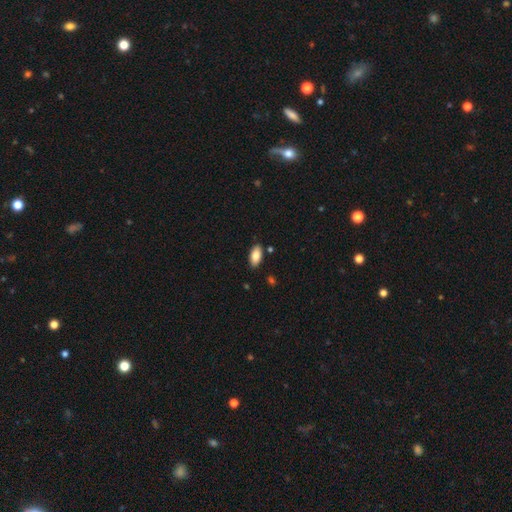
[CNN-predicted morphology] smooth 84%, featured or disk 10%, star or artifact 7%. Down the decision tree: how rounded — in between (93%); merging — none (86%).